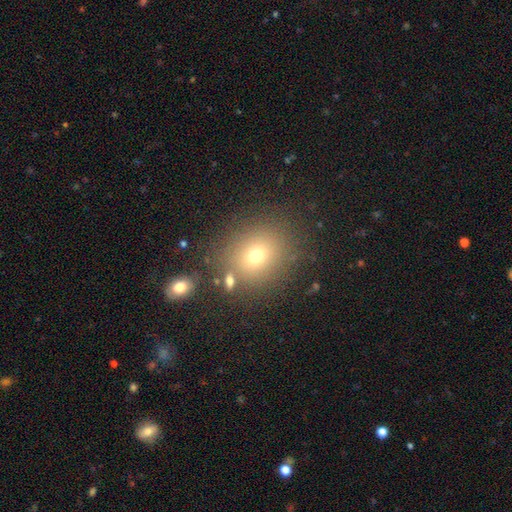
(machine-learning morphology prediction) Q: Smooth or featured?
A: smooth (67%); runner-up: star or artifact (20%)
Q: How rounded?
A: round (66%); runner-up: in between (32%)
Q: Merging?
A: none (79%); runner-up: minor disturbance (10%)